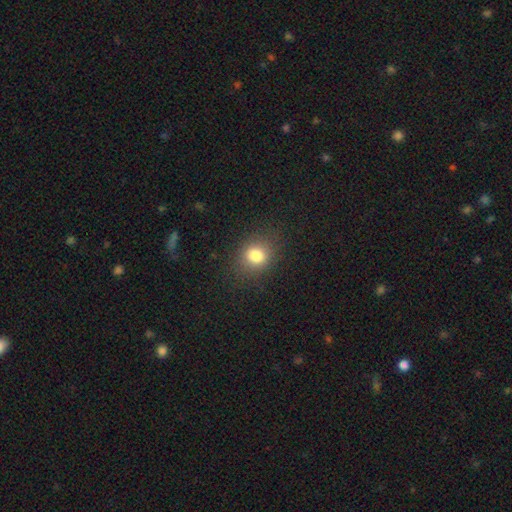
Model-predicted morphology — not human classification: Q: Smooth or featured?
A: smooth (80%); runner-up: star or artifact (13%)
Q: How rounded?
A: round (63%); runner-up: in between (36%)
Q: Merging?
A: none (84%); runner-up: minor disturbance (10%)